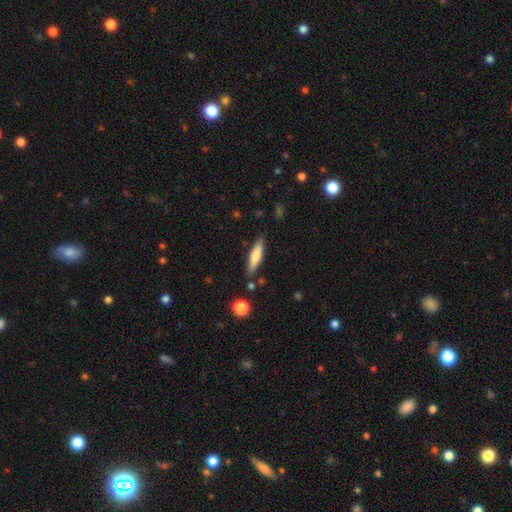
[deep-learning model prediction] smooth 60%, featured or disk 34%, star or artifact 6%. Down the decision tree: how rounded — cigar-shaped (78%); merging — none (84%).